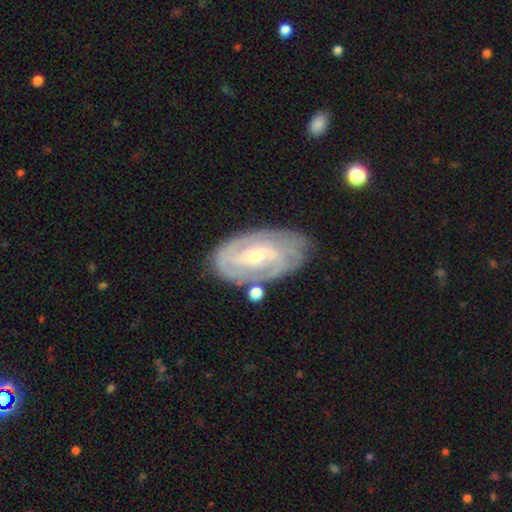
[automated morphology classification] A featured or disk galaxy (82%) with a weak bar (46%), 2 (42%) tight (65%) spiral arms (93%) and a small central bulge (50%). Merging: none (71%).